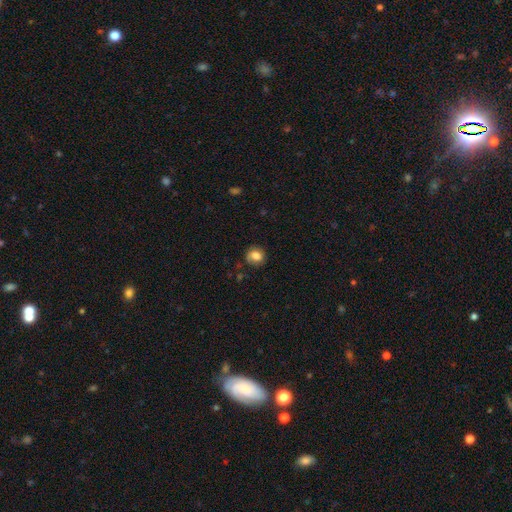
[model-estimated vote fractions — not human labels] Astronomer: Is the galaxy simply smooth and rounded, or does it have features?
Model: smooth — 80%.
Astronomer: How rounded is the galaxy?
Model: round — 75%.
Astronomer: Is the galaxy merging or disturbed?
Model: none — 72%.